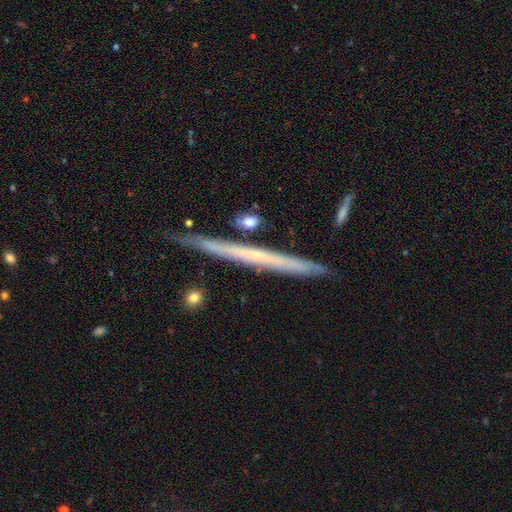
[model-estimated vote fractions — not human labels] This appears to be a featured or disk galaxy (64%) viewed edge-on (96%) with no central bulge (81%). Merging: none (84%).